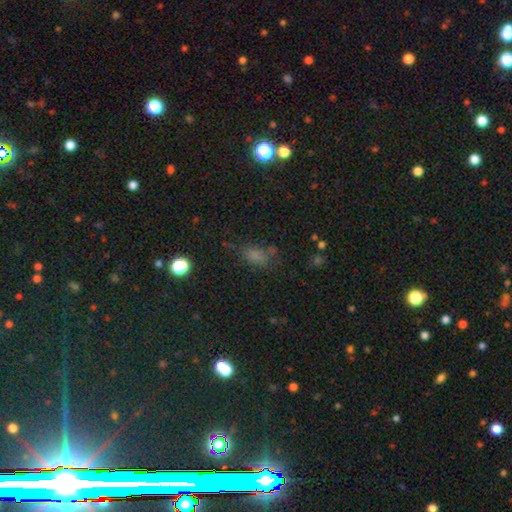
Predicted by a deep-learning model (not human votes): smooth_or_featured: smooth (p=0.68) [alt: star or artifact p=0.23]
how_rounded: in between (p=0.78) [alt: round p=0.17]
merging: none (p=0.57) [alt: minor disturbance p=0.22]